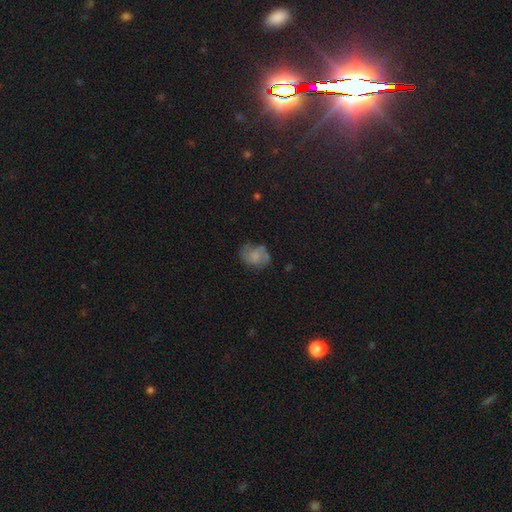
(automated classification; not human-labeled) Overall: smooth (55%; featured or disk 34%). How rounded: in between (50%; round 49%). Merging: none (57%; minor disturbance 25%).